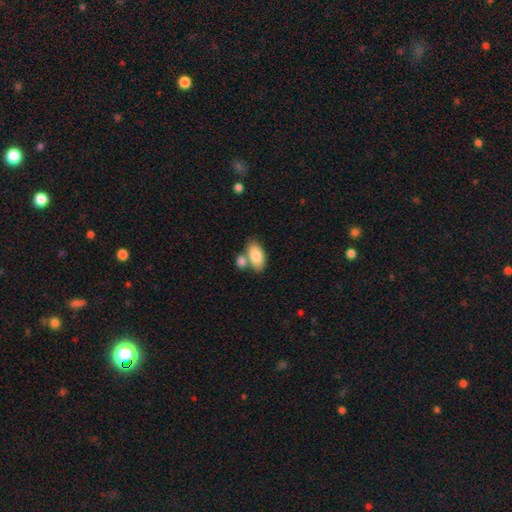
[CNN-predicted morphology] Smooth or featured? Predicted: smooth (p=0.83). How rounded? Predicted: in between (p=0.93). Merging? Predicted: none (p=0.53).